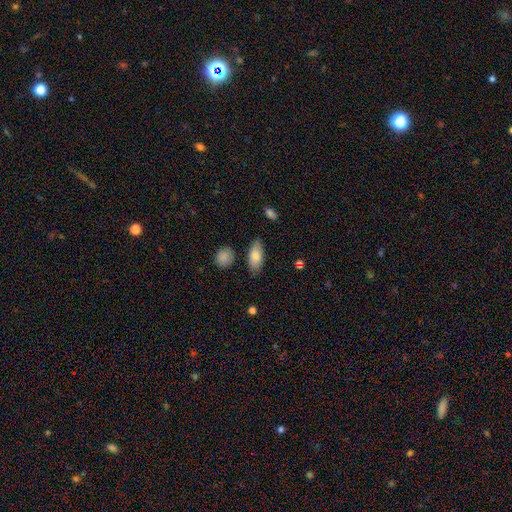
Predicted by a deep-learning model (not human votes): smooth_or_featured: smooth (p=0.77) [alt: featured or disk p=0.16]
how_rounded: in between (p=0.84) [alt: cigar-shaped p=0.13]
merging: none (p=0.81) [alt: minor disturbance p=0.13]